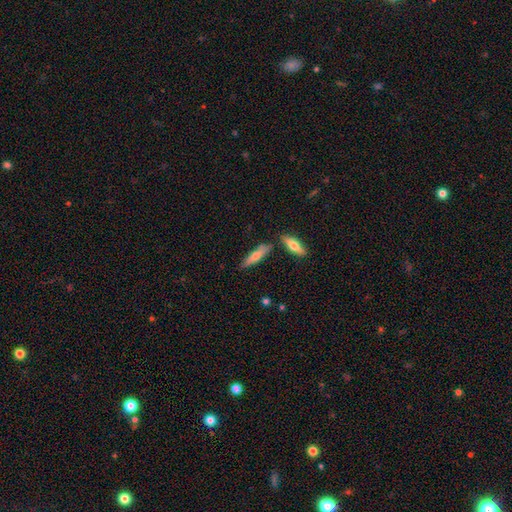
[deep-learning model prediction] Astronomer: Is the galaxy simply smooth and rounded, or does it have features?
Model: smooth — 59% (runner-up: featured or disk, 34%).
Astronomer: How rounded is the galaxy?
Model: cigar-shaped — 74%.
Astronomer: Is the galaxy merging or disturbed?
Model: none — 75%.